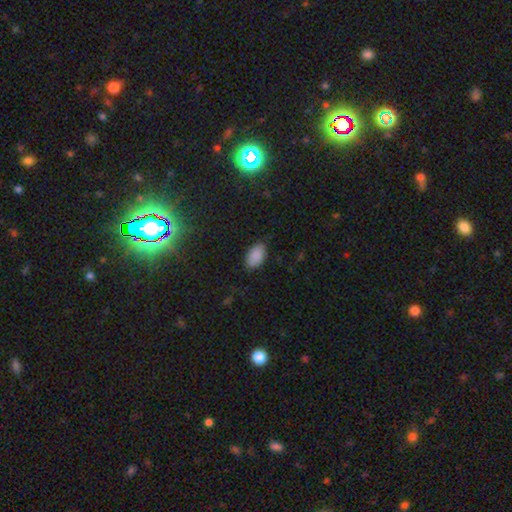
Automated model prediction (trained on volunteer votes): Overall: smooth (88%). How rounded: in between (94%). Merging: none (82%).